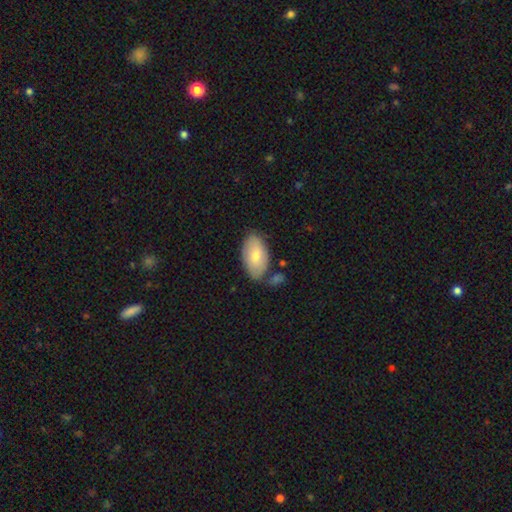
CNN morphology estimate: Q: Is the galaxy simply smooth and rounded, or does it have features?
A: smooth — 74%.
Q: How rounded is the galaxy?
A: in between — 95%.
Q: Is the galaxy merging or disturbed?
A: none — 70%.